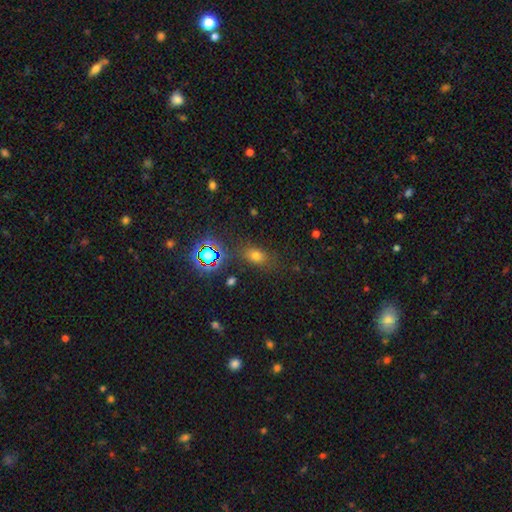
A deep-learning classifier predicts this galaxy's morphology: The model was most divided on "smooth or featured": smooth: 62%, star or artifact: 28%, featured or disk: 10%. More confident: merging — none (77%); how rounded — in between (70%).